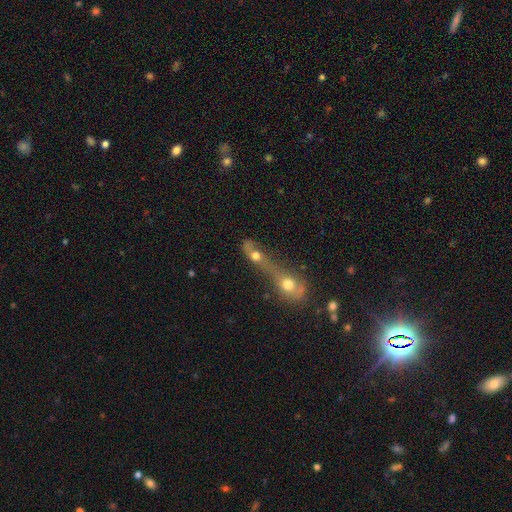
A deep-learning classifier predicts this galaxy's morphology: Smooth or featured? smooth (59%)
How rounded? in between (46%)
Merging? merger (76%)